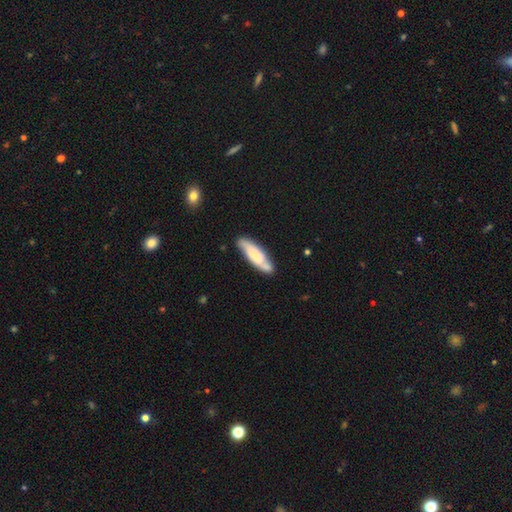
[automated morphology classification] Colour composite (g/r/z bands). It shows a smooth galaxy with no disk features (60%) that is cigar-shaped (63%). Merging: none (70%).